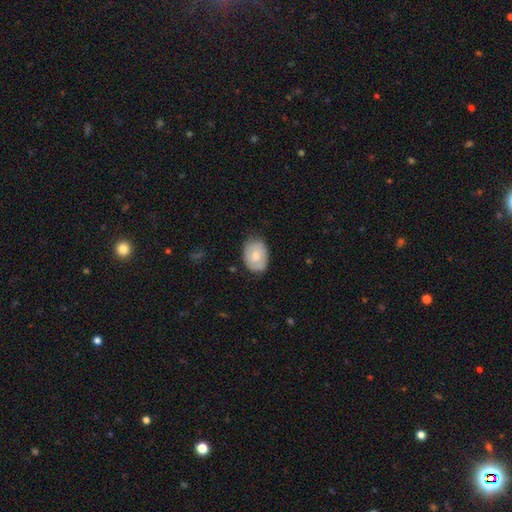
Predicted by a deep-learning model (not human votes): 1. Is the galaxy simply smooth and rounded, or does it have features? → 67% smooth, 26% featured or disk, 6% star or artifact.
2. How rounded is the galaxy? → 74% in between, 25% round, 1% cigar-shaped.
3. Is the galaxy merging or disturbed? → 71% none, 23% minor disturbance, 4% major disturbance, 1% merger.